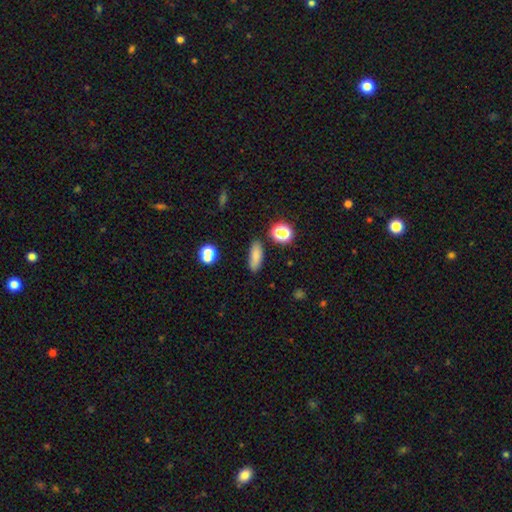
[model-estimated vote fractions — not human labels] smooth 80%, star or artifact 12%, featured or disk 8%. Down the decision tree: how rounded — in between (64%); merging — none (83%).